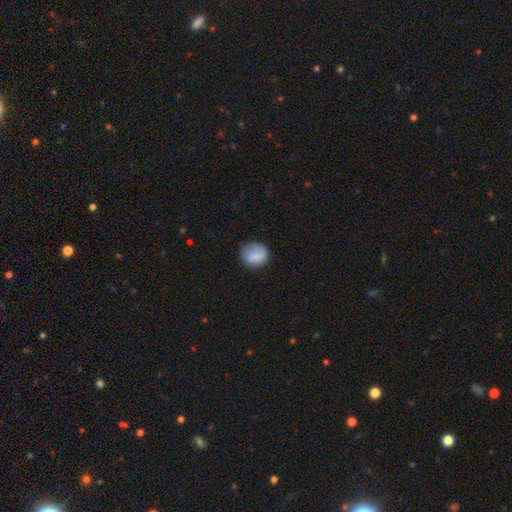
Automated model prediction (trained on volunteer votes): A smooth galaxy with no disk features (82%) that is round (73%).

Vote fractions:
- Smooth or featured? smooth: 82% / featured or disk: 10% / star or artifact: 8%
- How rounded? round: 73% / in between: 25% / cigar-shaped: 1%
- Merging? none: 71% / minor disturbance: 21% / major disturbance: 7% / merger: 2%